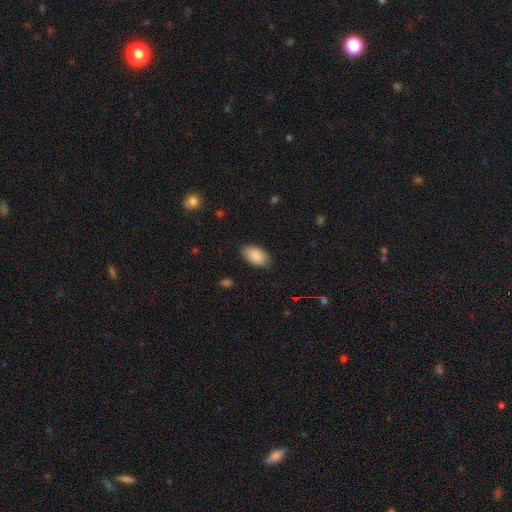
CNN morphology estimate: type=smooth (89%); roundness=in between (95%); merging=none (85%).